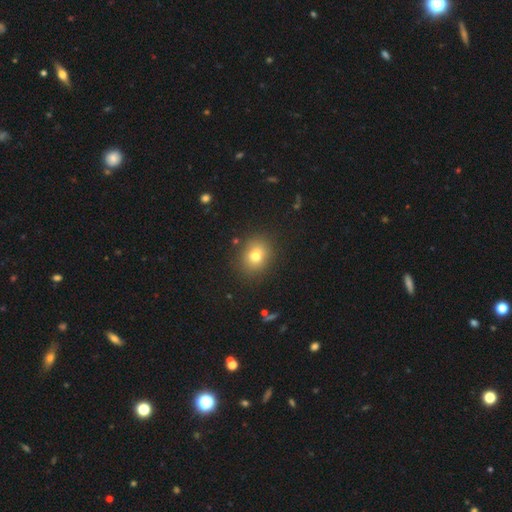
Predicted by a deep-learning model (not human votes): Q: Smooth or featured?
A: smooth (76%); runner-up: star or artifact (13%)
Q: How rounded?
A: round (61%); runner-up: in between (38%)
Q: Merging?
A: none (86%); runner-up: minor disturbance (9%)